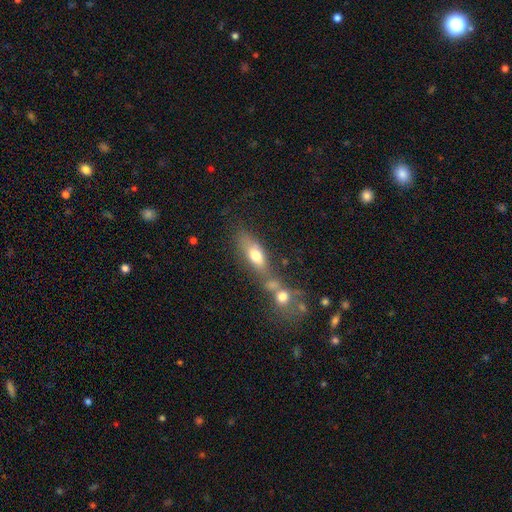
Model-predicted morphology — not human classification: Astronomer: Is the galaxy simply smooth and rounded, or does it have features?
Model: smooth — 66%.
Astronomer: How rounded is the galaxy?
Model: in between — 66%.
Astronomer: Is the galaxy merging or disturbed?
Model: none — 40%, tied with merger at 40%.